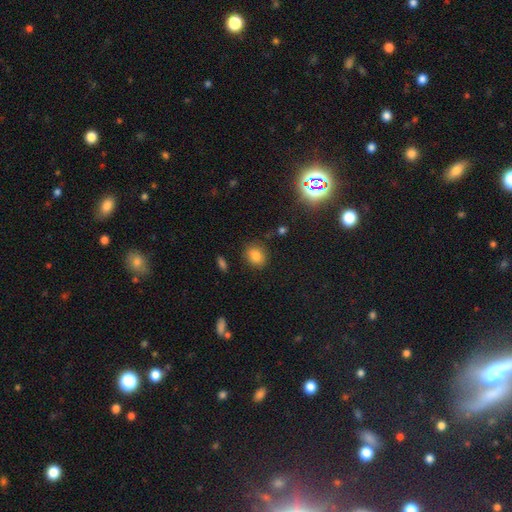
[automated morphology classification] A smooth galaxy with no disk features (82%) that is round (59%). Merging: none (84%).